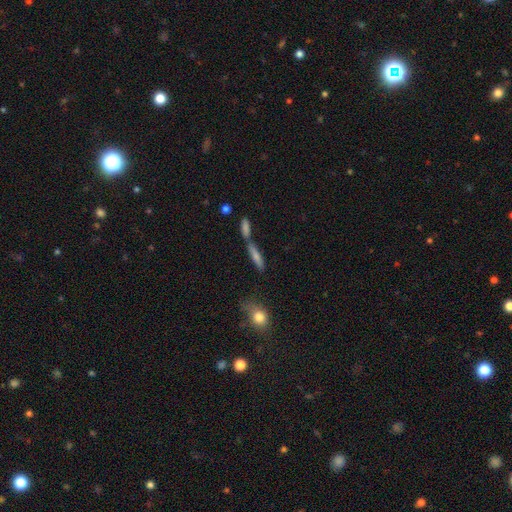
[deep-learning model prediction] smooth_or_featured: smooth (p=0.56) [alt: featured or disk p=0.31]
how_rounded: cigar-shaped (p=0.74) [alt: in between p=0.22]
merging: none (p=0.46) [alt: merger p=0.38]